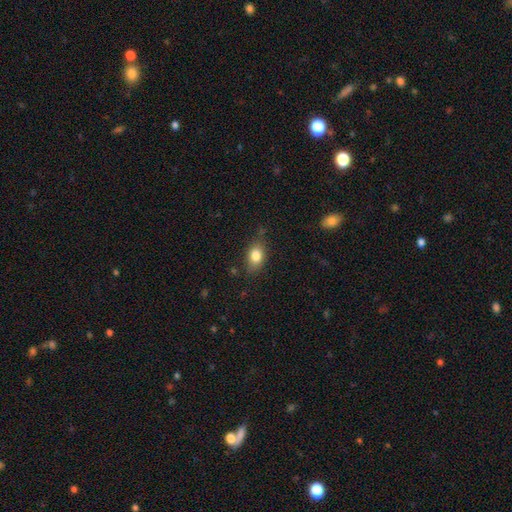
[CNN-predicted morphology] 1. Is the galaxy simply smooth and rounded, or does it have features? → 82% smooth, 10% featured or disk, 8% star or artifact.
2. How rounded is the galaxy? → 80% in between, 18% round, 3% cigar-shaped.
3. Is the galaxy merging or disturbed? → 75% none, 19% minor disturbance, 4% major disturbance, 2% merger.